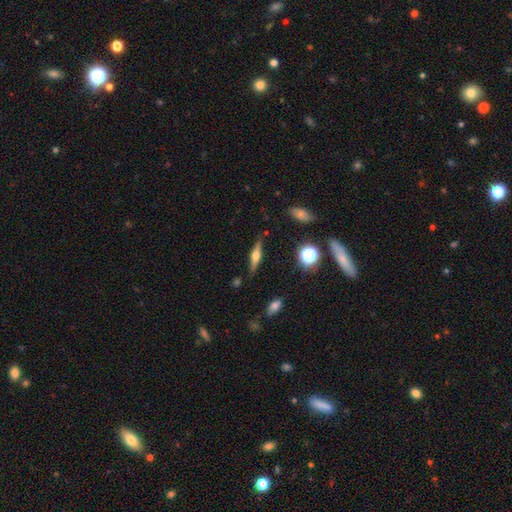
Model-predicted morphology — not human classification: featured or disk 65%, smooth 26%, star or artifact 9%. Down the decision tree: edge-on disk — yes (96%); edge-on bulge — rounded (91%); merging — none (86%).